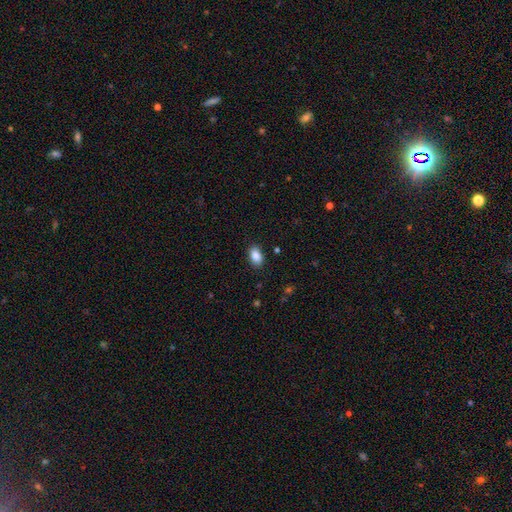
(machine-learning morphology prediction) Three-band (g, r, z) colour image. It shows a smooth galaxy with no disk features (88%) that is in between round and cigar-shaped (91%). Merging: none (88%).